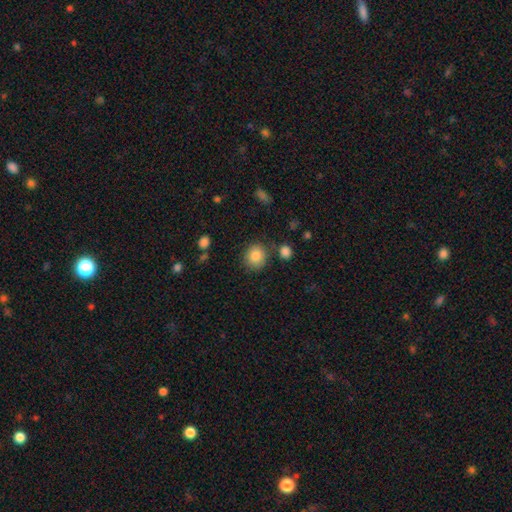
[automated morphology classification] Smooth or featured: smooth — 86% (star or artifact — 9%)
How rounded: round — 82% (in between — 18%)
Merging: none — 81% (minor disturbance — 11%)